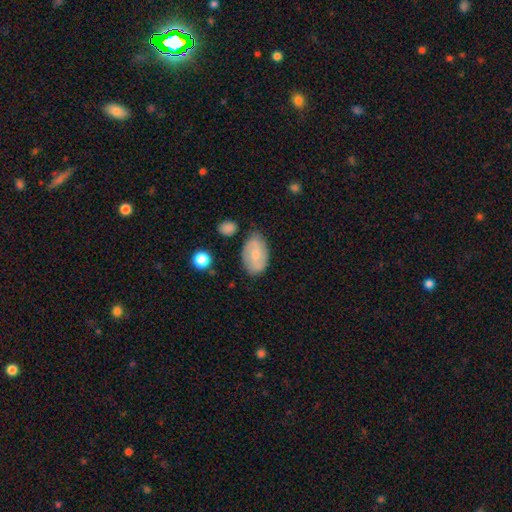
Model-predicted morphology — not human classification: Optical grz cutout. It shows a featured or disk galaxy (51%). Merging: none (72%).